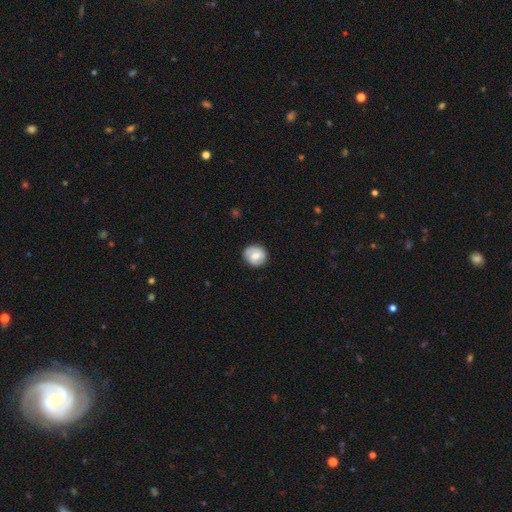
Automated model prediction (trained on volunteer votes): Q: Smooth or featured?
A: smooth (56%); runner-up: featured or disk (37%)
Q: How rounded?
A: round (82%); runner-up: in between (17%)
Q: Merging?
A: none (82%); runner-up: minor disturbance (14%)